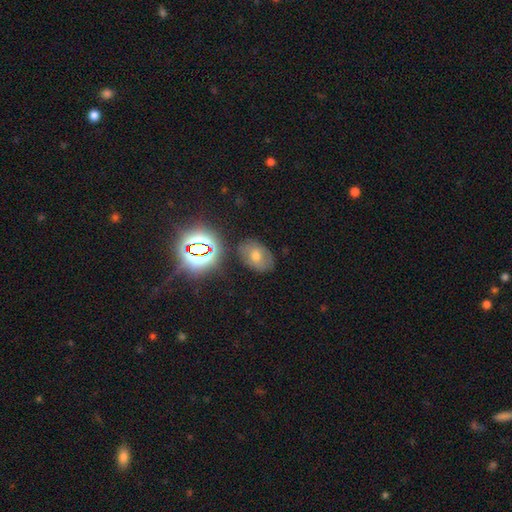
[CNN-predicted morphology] Smooth or featured: smooth — 43% (star or artifact — 34%)
Merging: none — 80% (minor disturbance — 14%)